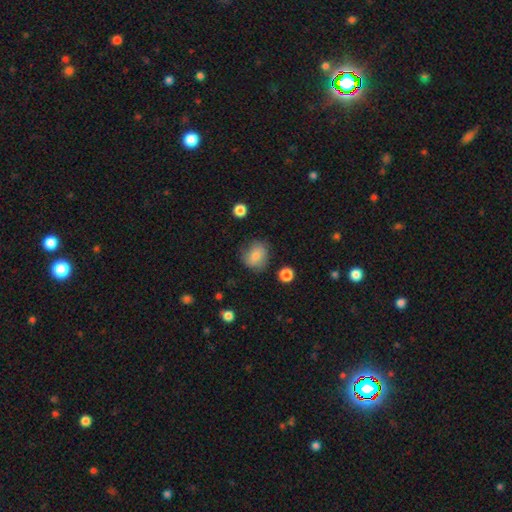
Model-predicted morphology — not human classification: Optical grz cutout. It shows a smooth galaxy with no disk features (73%) that is round (64%). Merging: none (70%).